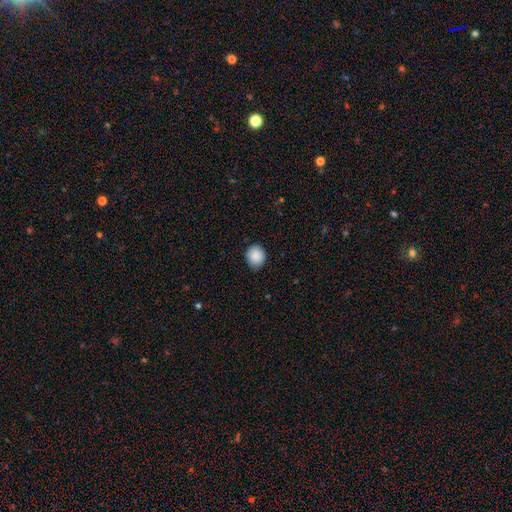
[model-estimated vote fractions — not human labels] Smooth or featured?
  - smooth: 89% *
  - star or artifact: 8%
  - featured or disk: 3%
How rounded?
  - round: 80% *
  - in between: 19%
  - cigar-shaped: 1%
Merging?
  - none: 86% *
  - minor disturbance: 11%
  - major disturbance: 2%
  - merger: 1%